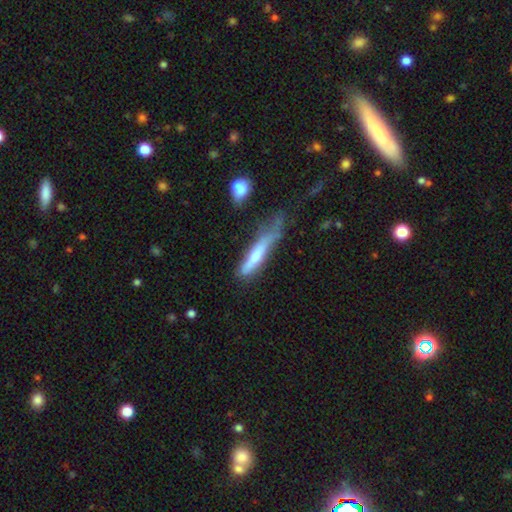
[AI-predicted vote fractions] The model was most divided on "merging": none: 34%, minor disturbance: 32%, major disturbance: 26%, merger: 8%. More confident: how rounded — cigar-shaped (87%); smooth or featured — smooth (54%).